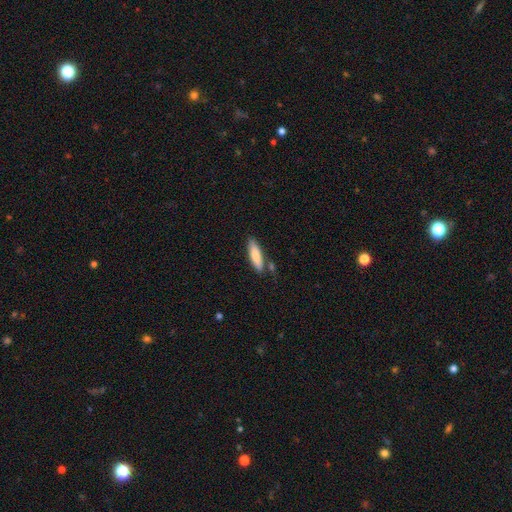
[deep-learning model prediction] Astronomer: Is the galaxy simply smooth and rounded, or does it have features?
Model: smooth — 80%.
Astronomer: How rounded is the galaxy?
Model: cigar-shaped — 64%.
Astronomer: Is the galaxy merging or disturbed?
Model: none — 73%.